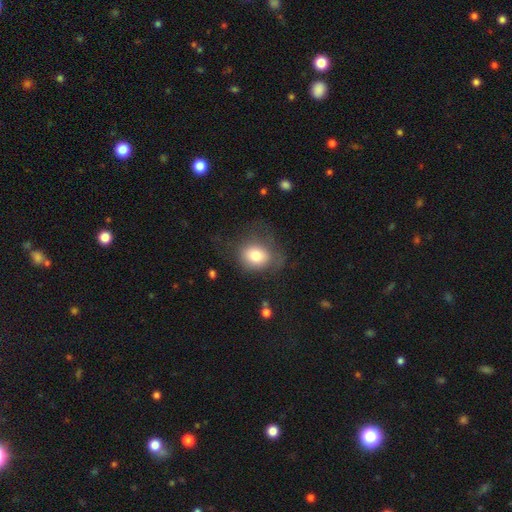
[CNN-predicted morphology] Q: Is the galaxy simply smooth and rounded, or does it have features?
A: smooth — 75%.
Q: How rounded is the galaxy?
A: round — 62%.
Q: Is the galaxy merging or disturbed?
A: none — 53%.